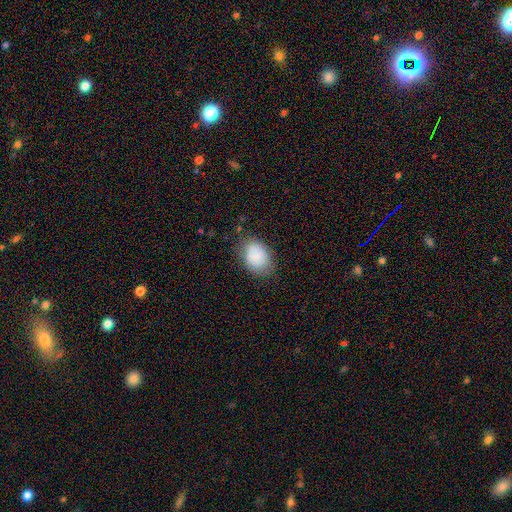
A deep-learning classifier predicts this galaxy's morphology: smooth_or_featured: smooth (p=0.81) [alt: featured or disk p=0.11]
how_rounded: in between (p=0.72) [alt: round p=0.27]
merging: none (p=0.71) [alt: minor disturbance p=0.21]